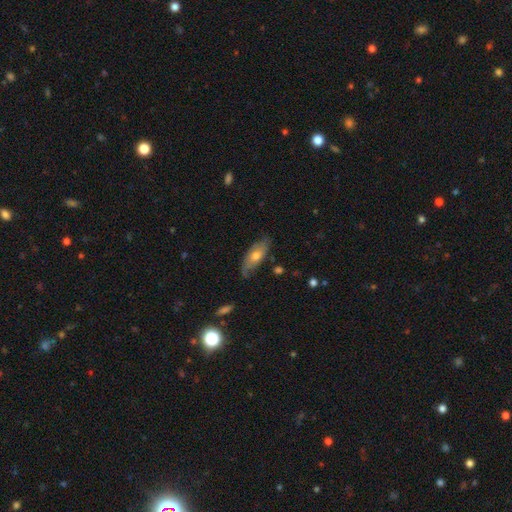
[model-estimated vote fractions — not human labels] This is possibly a smooth galaxy (48%). Merging: likely none (67%).